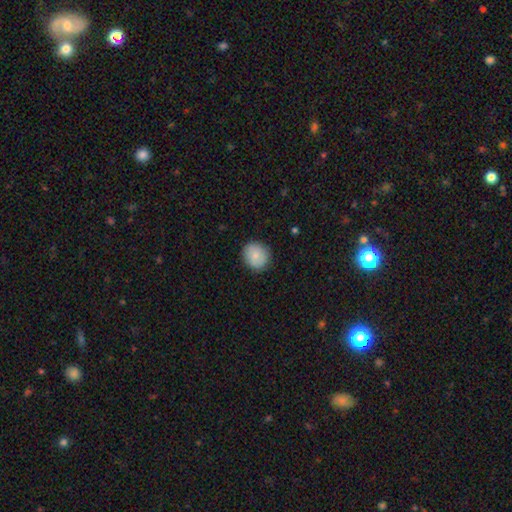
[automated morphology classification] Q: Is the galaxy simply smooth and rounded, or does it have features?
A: smooth — 83%.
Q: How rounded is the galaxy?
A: round — 82%.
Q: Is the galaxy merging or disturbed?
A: none — 86%.